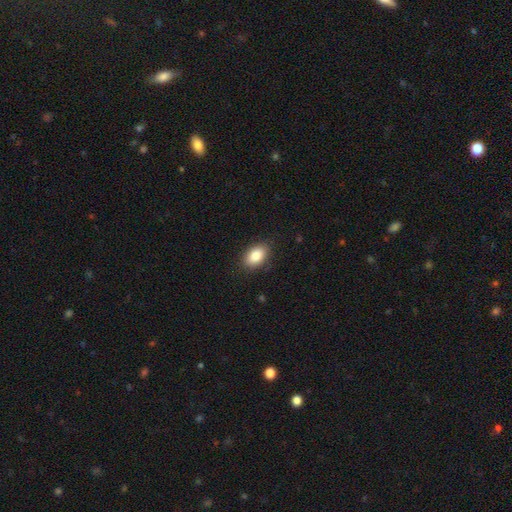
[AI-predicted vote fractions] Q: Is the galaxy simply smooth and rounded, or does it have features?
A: smooth — 86%.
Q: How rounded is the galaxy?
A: in between — 88%.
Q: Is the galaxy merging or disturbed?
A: none — 86%.